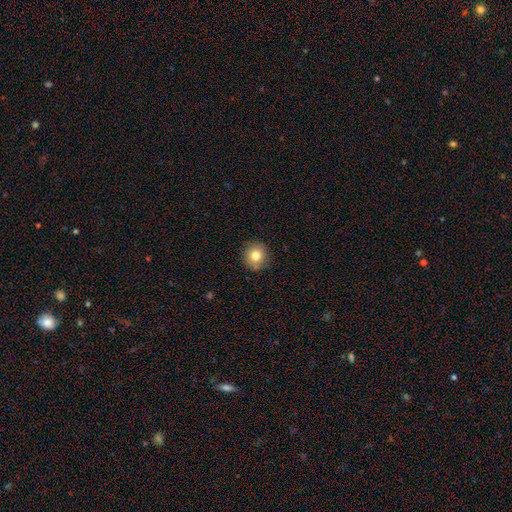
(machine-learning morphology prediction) Smooth or featured: smooth — 79% (featured or disk — 11%)
How rounded: round — 92% (in between — 7%)
Merging: none — 88% (minor disturbance — 9%)